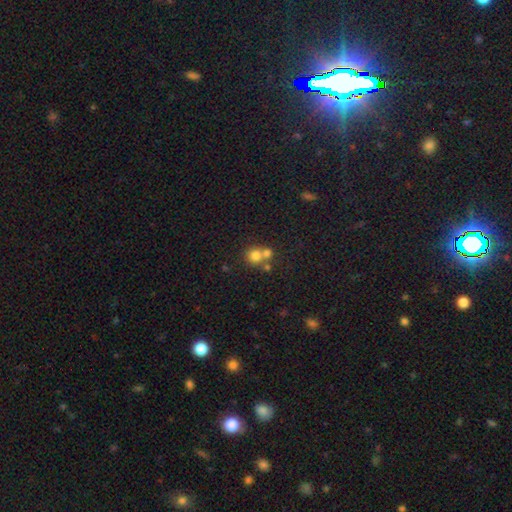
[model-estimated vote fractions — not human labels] Q: Smooth or featured?
A: smooth (75%); runner-up: star or artifact (13%)
Q: How rounded?
A: round (88%); runner-up: in between (11%)
Q: Merging?
A: merger (48%); runner-up: none (44%)